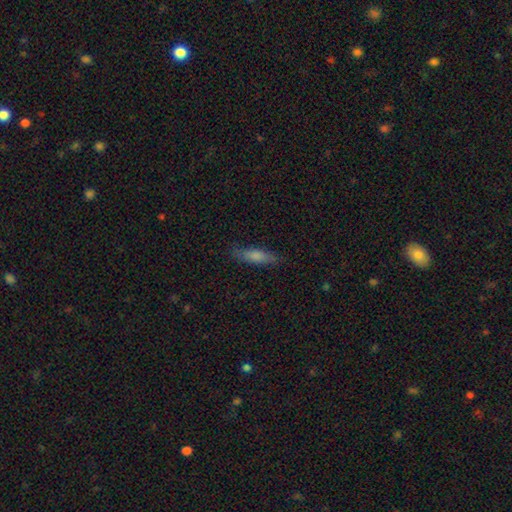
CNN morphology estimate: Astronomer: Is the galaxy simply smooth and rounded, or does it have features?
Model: smooth — 75%.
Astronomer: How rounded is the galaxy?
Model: cigar-shaped — 62%.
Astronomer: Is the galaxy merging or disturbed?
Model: none — 81%.